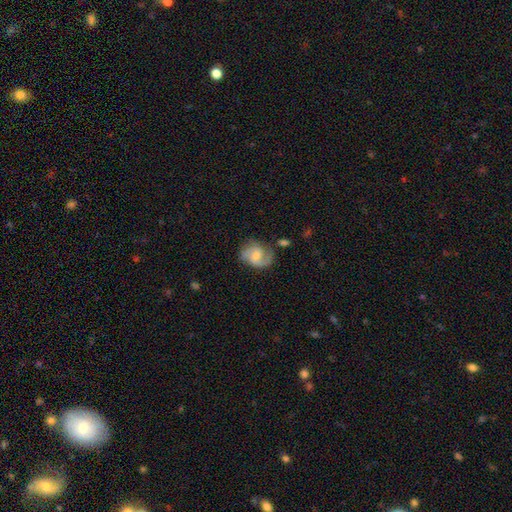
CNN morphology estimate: This appears to be a featured or disk galaxy (74%) with no bar (50%), 2 (75%) medium (50%) spiral arms (94%) and a small central bulge (43%, tied with moderate). Merging: none (62%).